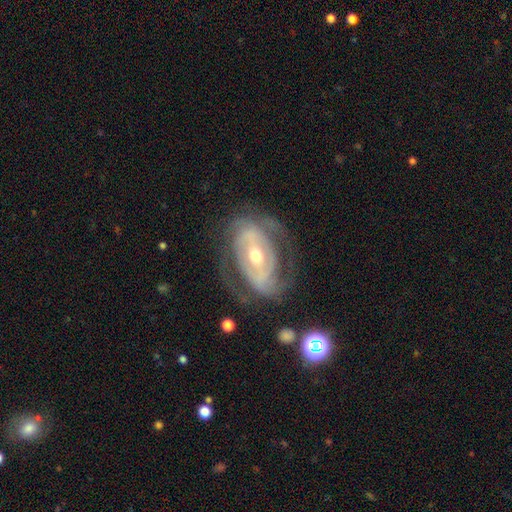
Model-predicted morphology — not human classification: Smooth or featured? featured or disk (83%)
Edge-on disk? no (94%)
Bar? strong (36%)
Spiral arms? yes (78%)
Spiral winding? tight (47%)
Spiral arm count? 2 (56%)
Bulge size? moderate (65%)
Merging? none (63%)